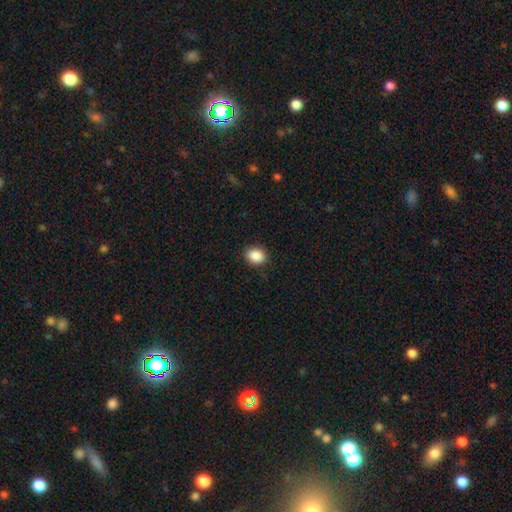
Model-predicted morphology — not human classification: A smooth galaxy with no disk features (88%) that is in between round and cigar-shaped (53%). Merging: none (90%).